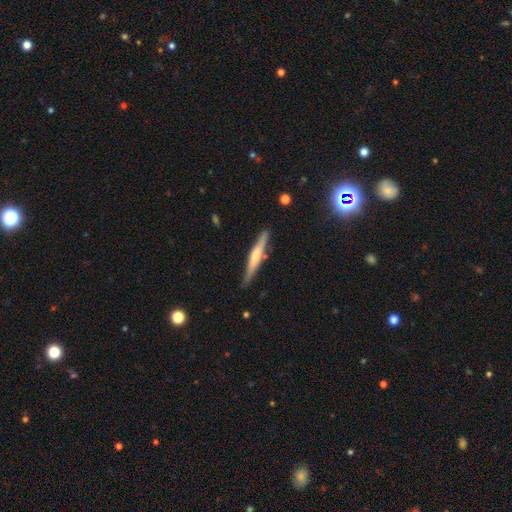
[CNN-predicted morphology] type=featured or disk (49%); merging=none (81%).